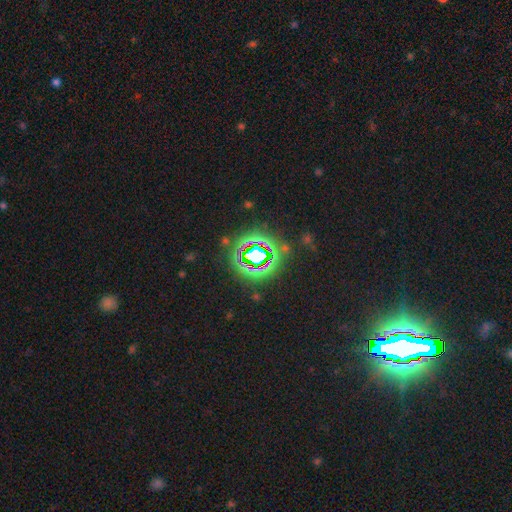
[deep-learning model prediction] This appears to be a star or artifact, not a galaxy (67%).